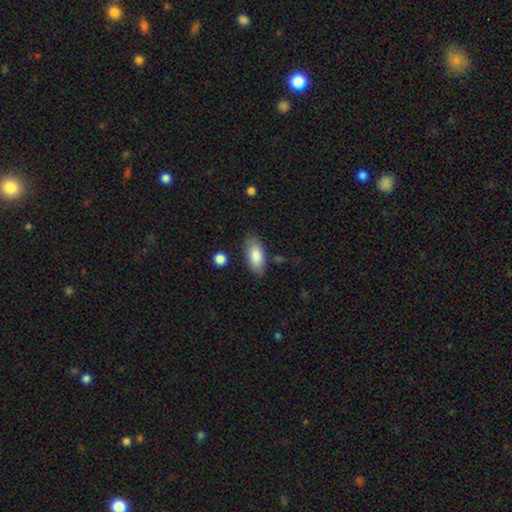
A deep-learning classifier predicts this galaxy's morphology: Overall: smooth (83%). How rounded: in between (89%). Merging: none (79%).